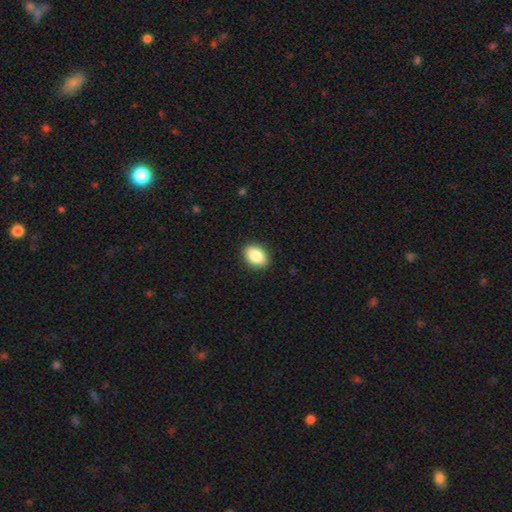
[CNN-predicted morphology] A smooth galaxy with no disk features (85%) that is in between round and cigar-shaped (78%).

Vote fractions:
- Smooth or featured? smooth: 85% / star or artifact: 8% / featured or disk: 7%
- How rounded? in between: 78% / round: 21% / cigar-shaped: 1%
- Merging? none: 90% / minor disturbance: 7% / major disturbance: 2% / merger: 1%